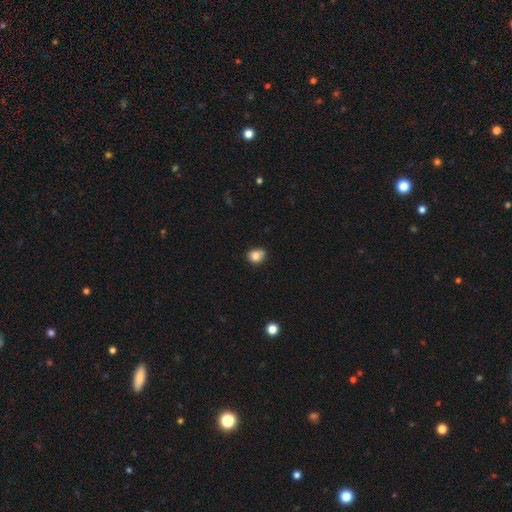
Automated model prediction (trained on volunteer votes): Smooth or featured? Predicted: smooth (p=0.80). How rounded? Predicted: round (p=0.69). Merging? Predicted: none (p=0.61).